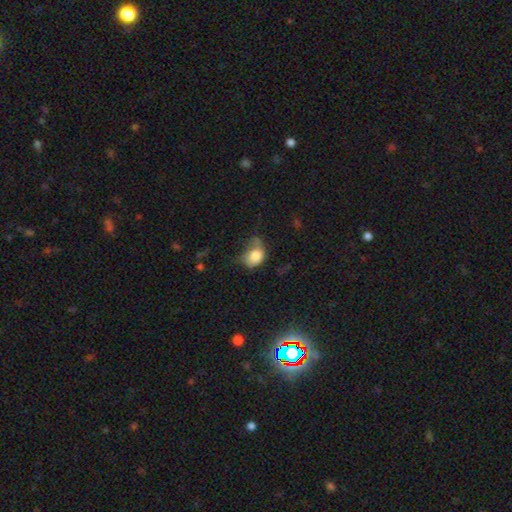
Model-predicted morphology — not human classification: Smooth or featured? smooth (78%)
How rounded? in between (61%)
Merging? minor disturbance (36%)